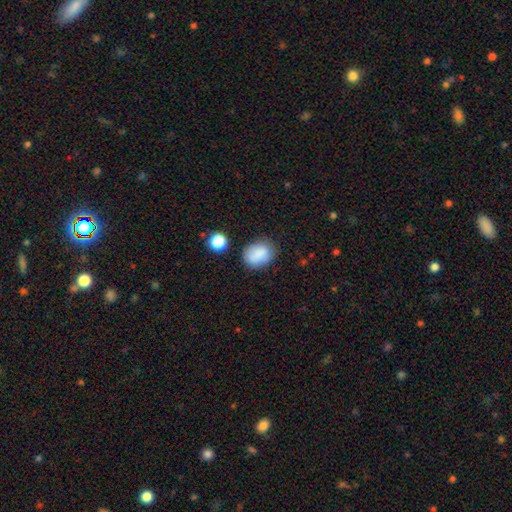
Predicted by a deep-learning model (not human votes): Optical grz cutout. It shows a smooth galaxy with no disk features (84%) that is in between round and cigar-shaped (59%). Merging: none (72%).